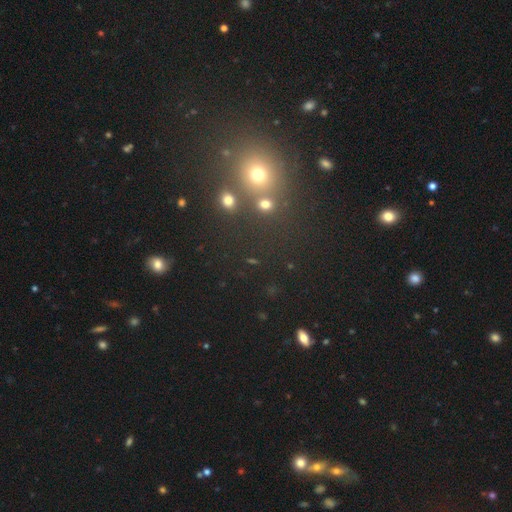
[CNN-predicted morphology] This is possibly a star or artifact rather than a galaxy (51%).